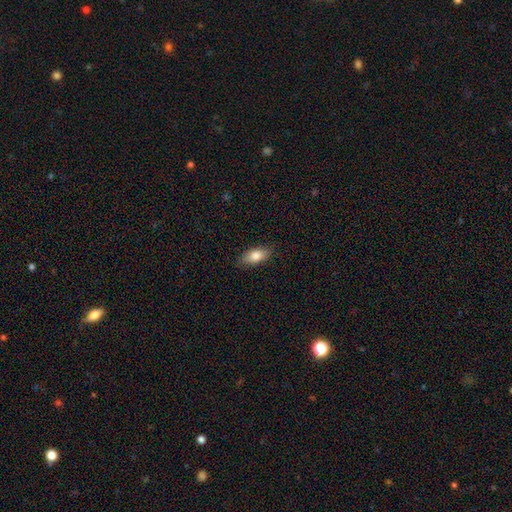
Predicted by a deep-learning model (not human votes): A smooth galaxy with no disk features (81%) that is in between round and cigar-shaped (87%). Merging: none (86%).